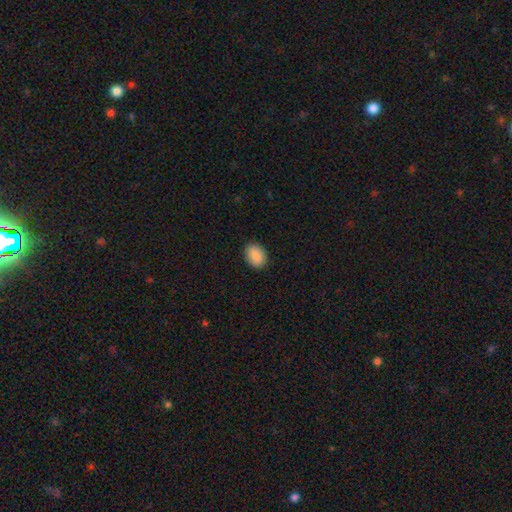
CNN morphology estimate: Smooth or featured?
  - smooth: 89% *
  - star or artifact: 7%
  - featured or disk: 4%
How rounded?
  - in between: 74% *
  - round: 25%
  - cigar-shaped: 1%
Merging?
  - none: 89% *
  - minor disturbance: 9%
  - major disturbance: 2%
  - merger: 1%